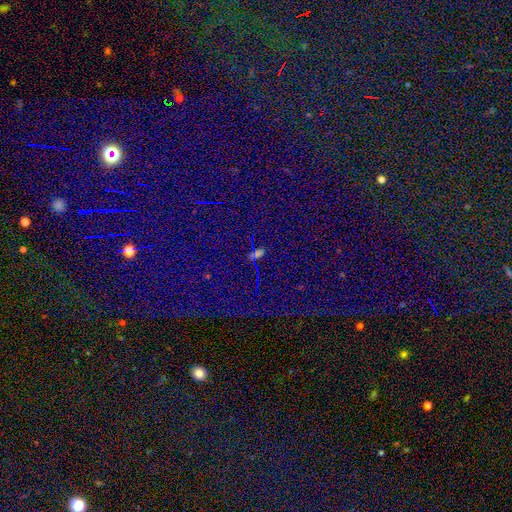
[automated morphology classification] smooth-or-featured: star or artifact: 68% | smooth: 21% | featured or disk: 11%